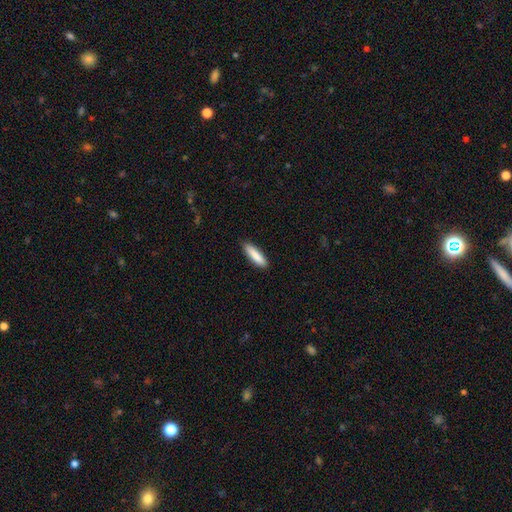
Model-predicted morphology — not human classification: Smooth or featured?
  - smooth: 87% *
  - featured or disk: 7%
  - star or artifact: 6%
How rounded?
  - cigar-shaped: 74% *
  - in between: 25%
  - round: 1%
Merging?
  - none: 89% *
  - minor disturbance: 9%
  - major disturbance: 2%
  - merger: 1%